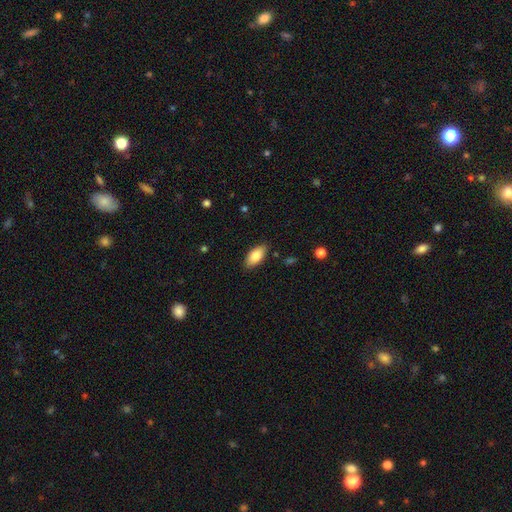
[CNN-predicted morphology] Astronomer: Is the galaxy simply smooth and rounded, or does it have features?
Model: smooth — 84%.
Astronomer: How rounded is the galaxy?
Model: in between — 91%.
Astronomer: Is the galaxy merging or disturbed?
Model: none — 86%.